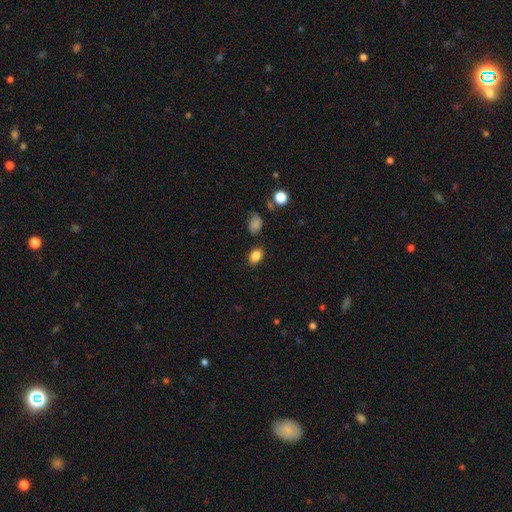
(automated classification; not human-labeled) smooth 85%, star or artifact 10%, featured or disk 5%. Down the decision tree: how rounded — in between (80%); merging — none (83%).